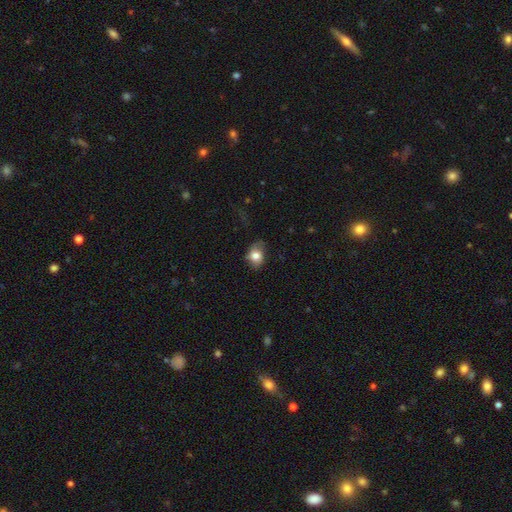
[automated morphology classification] type=smooth (76%); roundness=in between (62%); merging=none (62%).